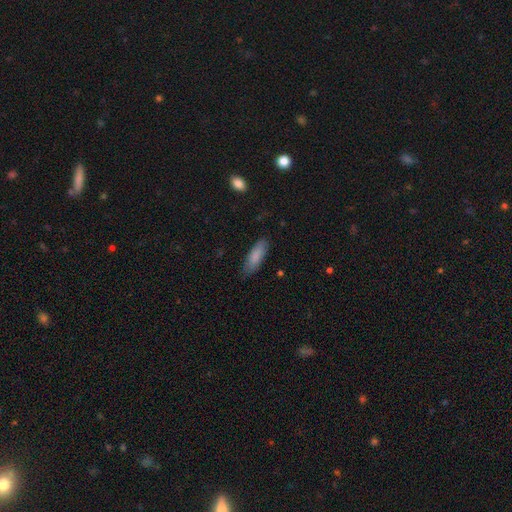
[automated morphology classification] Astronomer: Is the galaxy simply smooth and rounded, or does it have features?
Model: smooth — 84%.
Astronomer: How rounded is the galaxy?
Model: in between — 56% (runner-up: cigar-shaped, 43%).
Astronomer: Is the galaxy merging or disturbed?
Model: none — 78%.